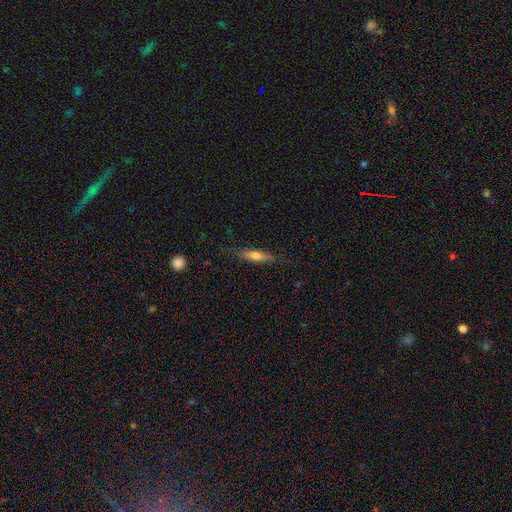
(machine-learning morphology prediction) type=smooth (62%); roundness=cigar-shaped (66%); merging=none (78%).